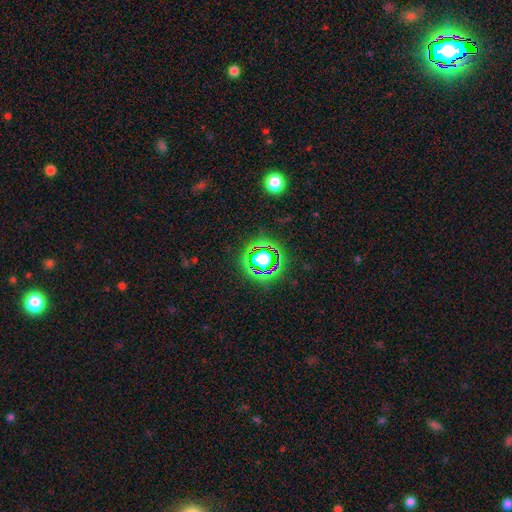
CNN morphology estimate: Q: Smooth or featured?
A: star or artifact (78%); runner-up: smooth (15%)